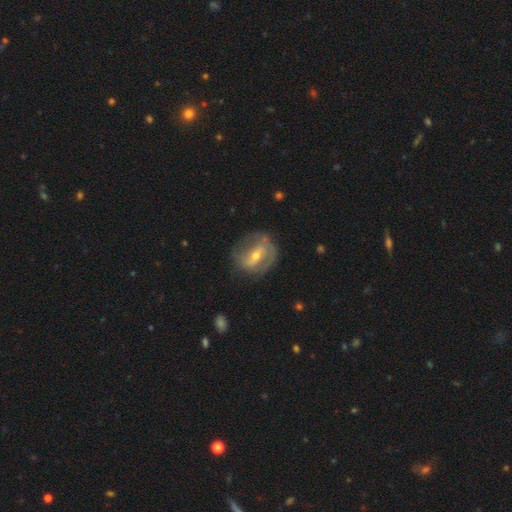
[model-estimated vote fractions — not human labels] This appears to be a featured or disk galaxy (72%) with a weak bar (39%), 2 (66%) medium (41%) spiral arms (74%) and a moderate central bulge (49%). Merging: none (67%).